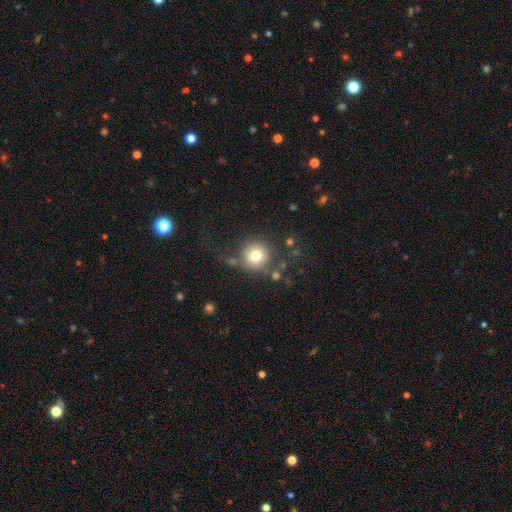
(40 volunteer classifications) A smooth galaxy with no disk features (80%) that is round (100%). Merging: none (57%).